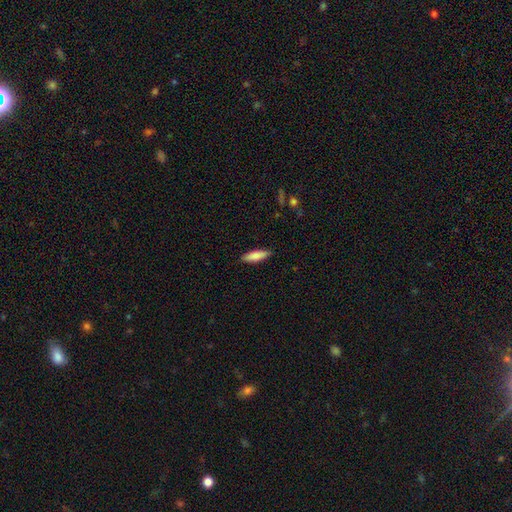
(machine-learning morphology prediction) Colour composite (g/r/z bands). It shows a smooth galaxy with no disk features (84%) that is cigar-shaped (52%). Merging: none (88%).